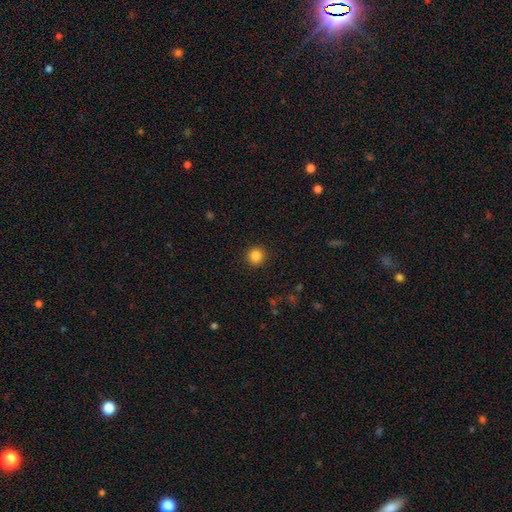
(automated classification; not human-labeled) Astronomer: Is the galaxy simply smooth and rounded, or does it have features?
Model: smooth — 85%.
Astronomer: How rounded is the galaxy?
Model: round — 93%.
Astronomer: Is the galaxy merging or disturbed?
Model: none — 92%.